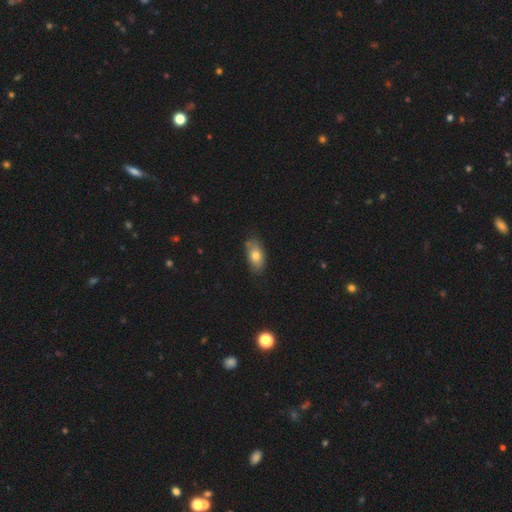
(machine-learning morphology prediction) smooth_or_featured: smooth (p=0.75) [alt: featured or disk p=0.18]
how_rounded: in between (p=0.90) [alt: round p=0.06]
merging: none (p=0.75) [alt: minor disturbance p=0.19]